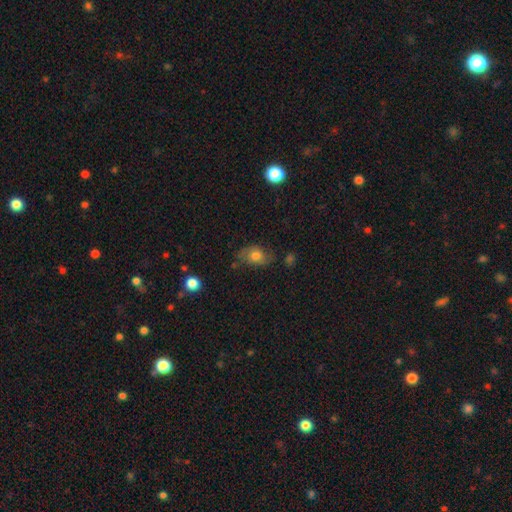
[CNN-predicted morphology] Smooth or featured? Predicted: smooth (p=0.63). How rounded? Predicted: in between (p=0.78). Merging? Predicted: none (p=0.64).